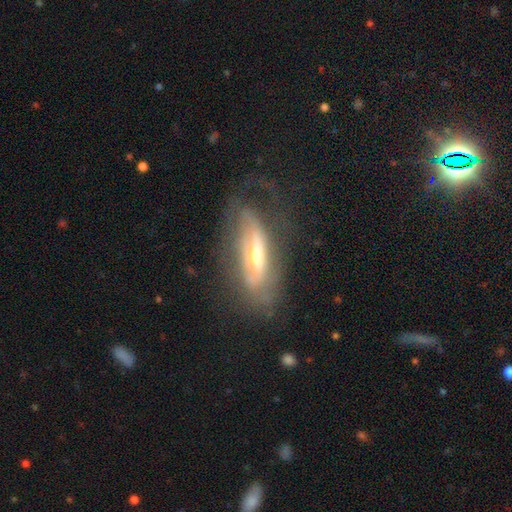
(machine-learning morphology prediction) A featured or disk galaxy (71%). Merging: none (49%).